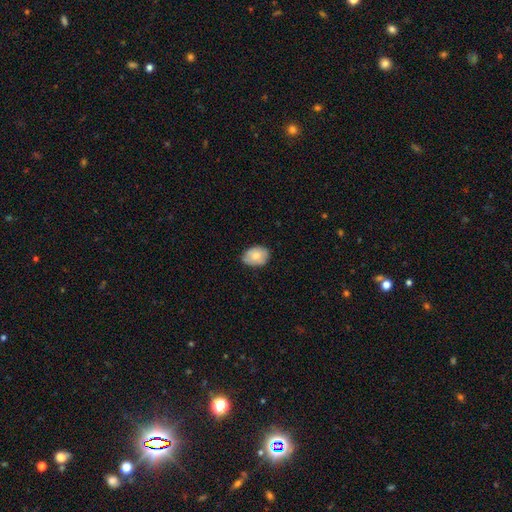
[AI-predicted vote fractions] Smooth or featured?
  - smooth: 74% *
  - featured or disk: 19%
  - star or artifact: 7%
How rounded?
  - in between: 75% *
  - round: 24%
  - cigar-shaped: 1%
Merging?
  - none: 73% *
  - minor disturbance: 23%
  - major disturbance: 3%
  - merger: 1%